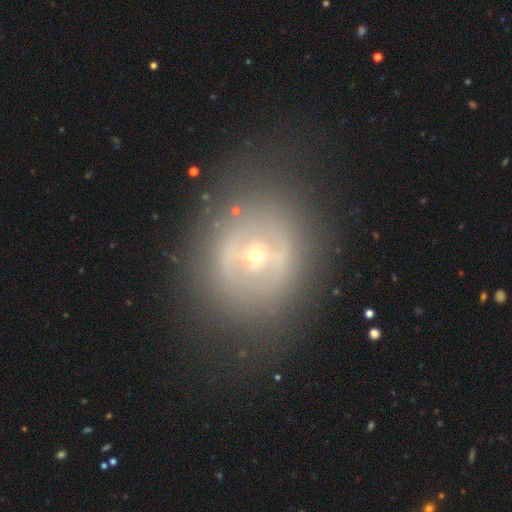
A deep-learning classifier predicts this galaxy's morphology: Q: Smooth or featured?
A: featured or disk (61%); runner-up: smooth (27%)
Q: Edge-on disk?
A: no (91%); runner-up: yes (9%)
Q: Bar?
A: no (40%); runner-up: strong (30%)
Q: Spiral arms?
A: no (76%); runner-up: yes (24%)
Q: Bulge size?
A: small (71%); runner-up: moderate (25%)
Q: Merging?
A: none (75%); runner-up: minor disturbance (14%)